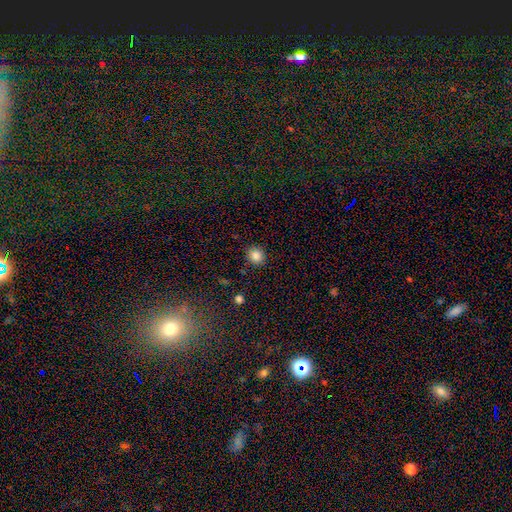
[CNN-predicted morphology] The model was most divided on "how rounded": round: 86%, in between: 13%, cigar-shaped: 1%. More confident: merging — none (89%); smooth or featured — smooth (86%).